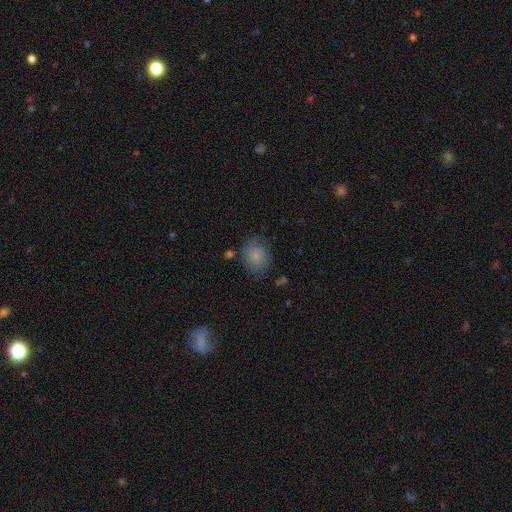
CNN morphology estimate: Smooth or featured? Predicted: smooth (p=0.73). How rounded? Predicted: round (p=0.53). Merging? Predicted: none (p=0.69).